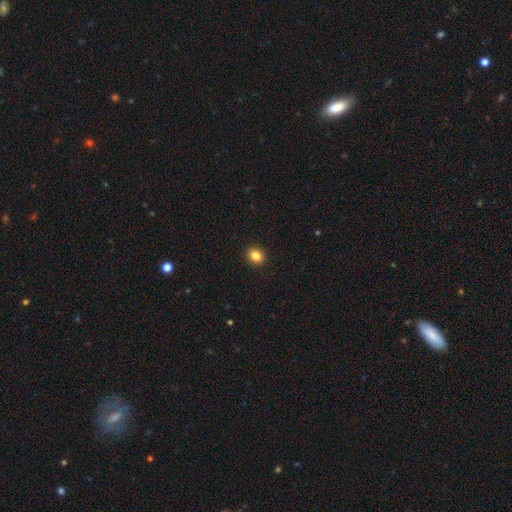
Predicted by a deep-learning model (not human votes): This appears to be a smooth galaxy with no disk features (85%) that is round (63%). Merging: none (92%).